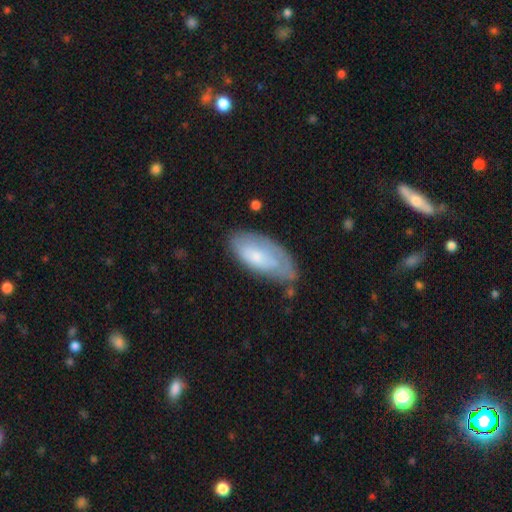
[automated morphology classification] A smooth galaxy with no disk features (57%) that is in between round and cigar-shaped (87%). Merging: none (54%).